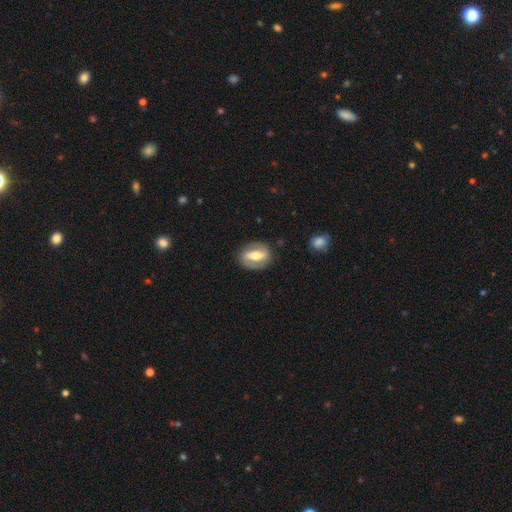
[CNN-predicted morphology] featured or disk 66%, smooth 28%, star or artifact 5%. Down the decision tree: edge-on disk — no (89%); bar — strong (63%); spiral arms — yes (59%); bulge size — moderate (69%); merging — none (83%).